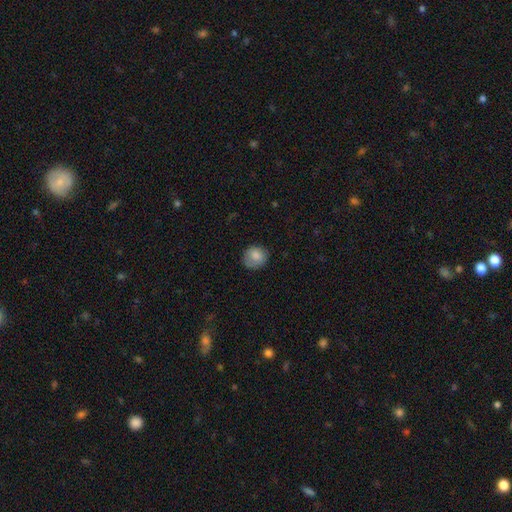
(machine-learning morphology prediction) smooth_or_featured: smooth (p=0.83) [alt: featured or disk p=0.09]
how_rounded: round (p=0.80) [alt: in between p=0.19]
merging: none (p=0.75) [alt: minor disturbance p=0.19]